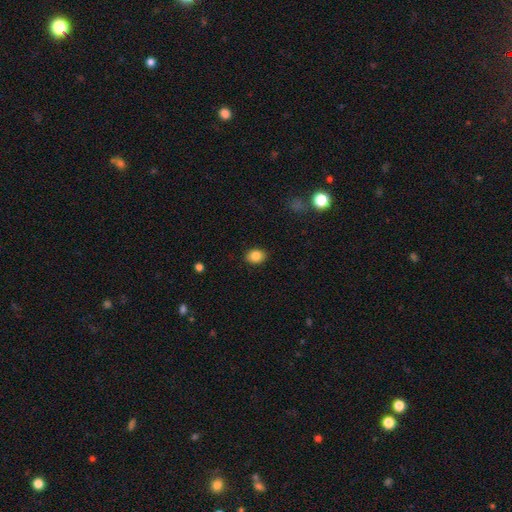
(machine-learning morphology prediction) Q: Smooth or featured?
A: smooth (84%); runner-up: star or artifact (9%)
Q: How rounded?
A: in between (59%); runner-up: round (40%)
Q: Merging?
A: none (89%); runner-up: minor disturbance (8%)